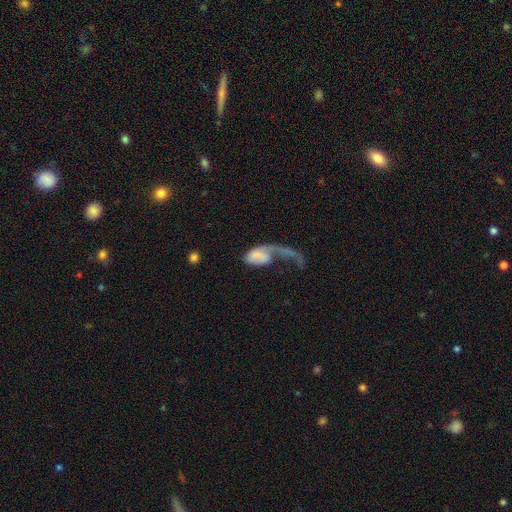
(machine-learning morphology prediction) smooth_or_featured: featured or disk (p=0.52) [alt: smooth p=0.40]
disk_edge_on: no (p=0.97) [alt: yes p=0.03]
bar: no (p=0.68) [alt: weak p=0.23]
has_spiral_arms: yes (p=0.68) [alt: no p=0.32]
bulge_size: none (p=0.60) [alt: small p=0.18]
merging: major disturbance (p=0.63) [alt: none p=0.15]